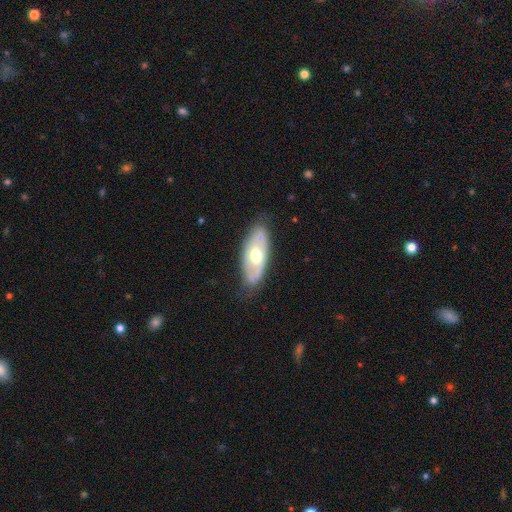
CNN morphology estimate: type=featured or disk (56%); edge-on=no (81%); merging=none (76%).